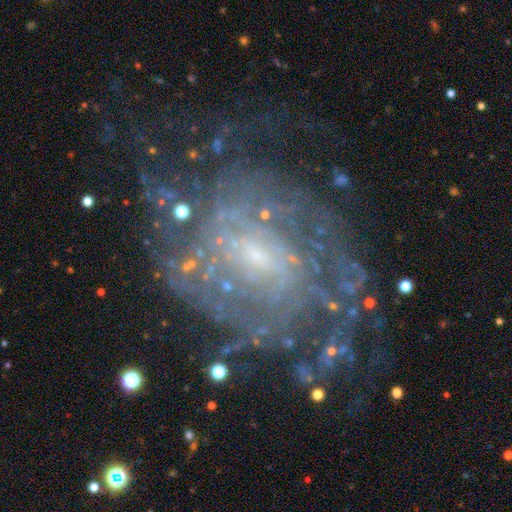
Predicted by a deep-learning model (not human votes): This is clearly a featured or disk galaxy (82%). It is clearly not viewed edge-on (97%). Bar: possibly no (46%). Spiral arm pattern: clearly yes (85%). Spiral arm count: possibly can't tell (53%). Spiral winding: likely tight (62%). Central bulge: likely small (69%). Merging: likely none (64%).